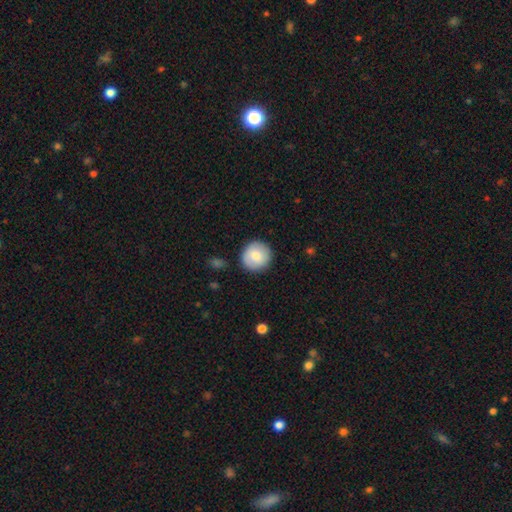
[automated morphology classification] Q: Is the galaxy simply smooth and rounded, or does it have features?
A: smooth — 76%.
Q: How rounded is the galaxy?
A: round — 93%.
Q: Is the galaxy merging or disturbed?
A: none — 88%.